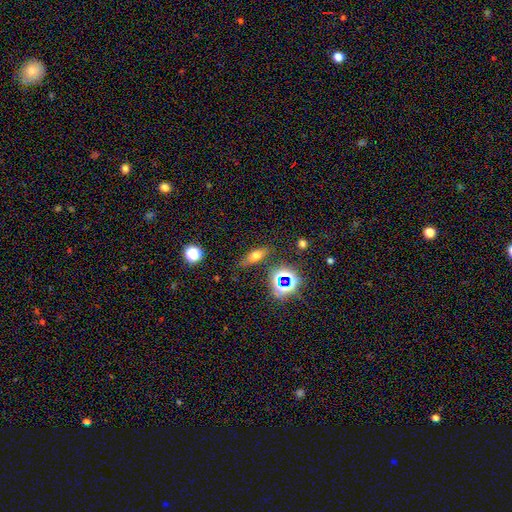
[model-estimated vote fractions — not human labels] This is possibly a smooth galaxy (57%). How rounded: possibly in between (57%). Merging: likely none (79%).